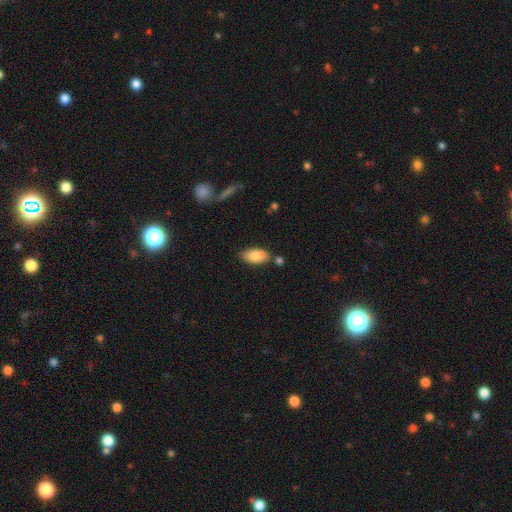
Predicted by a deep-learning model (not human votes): This is clearly a smooth galaxy (84%). How rounded: clearly in between (92%). Merging: likely none (74%).